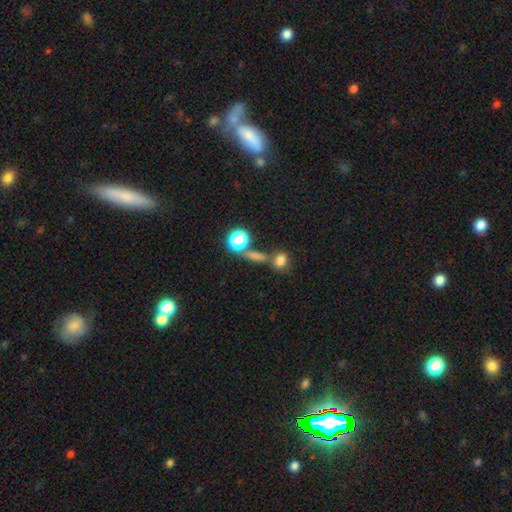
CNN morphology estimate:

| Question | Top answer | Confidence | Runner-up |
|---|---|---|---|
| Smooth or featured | smooth | 55% | star or artifact (33%) |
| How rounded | round | 59% | in between (31%) |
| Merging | none | 56% | merger (27%) |